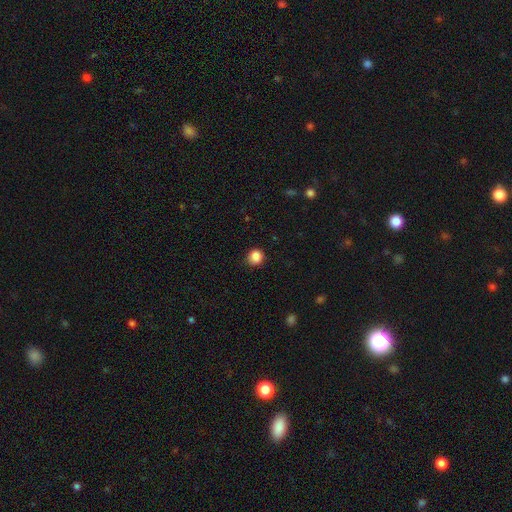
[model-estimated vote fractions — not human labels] smooth-or-featured: smooth: 86% | star or artifact: 10% | featured or disk: 3%
  how-rounded: round: 86% | in between: 13% | cigar-shaped: 1%
  merging: none: 84% | minor disturbance: 12% | major disturbance: 3% | merger: 1%